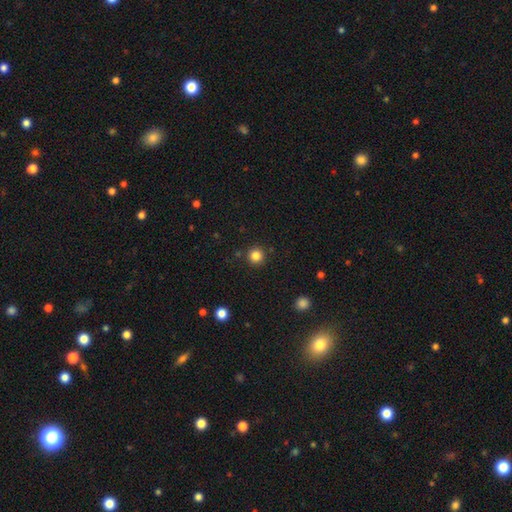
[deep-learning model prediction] A smooth galaxy with no disk features (83%) that is round (95%).

Vote fractions:
- Smooth or featured? smooth: 83% / star or artifact: 12% / featured or disk: 4%
- How rounded? round: 95% / in between: 4% / cigar-shaped: 1%
- Merging? none: 90% / minor disturbance: 6% / merger: 2% / major disturbance: 2%